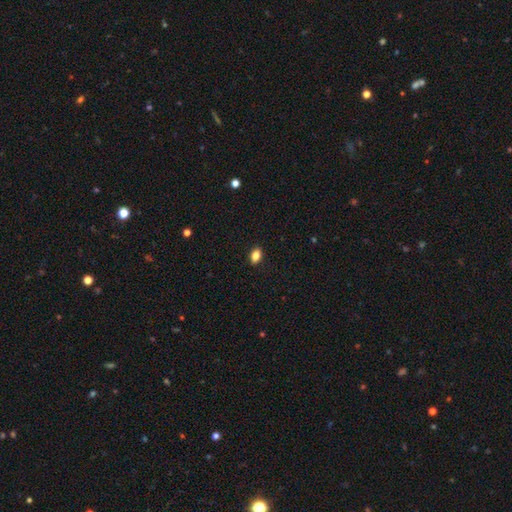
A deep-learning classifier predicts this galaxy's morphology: smooth_or_featured: smooth (p=0.84) [alt: star or artifact p=0.09]
how_rounded: in between (p=0.85) [alt: round p=0.12]
merging: none (p=0.89) [alt: minor disturbance p=0.08]